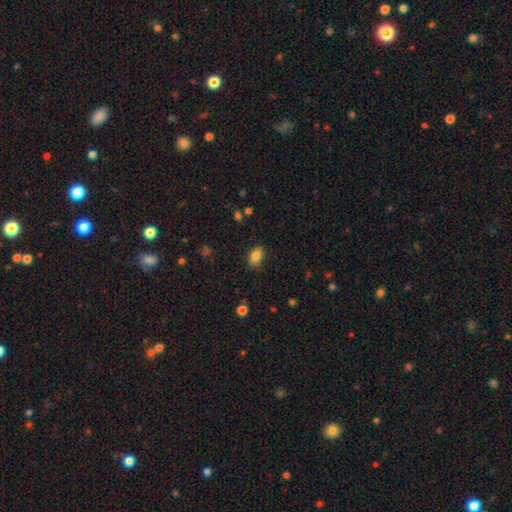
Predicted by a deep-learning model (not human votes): Q: Smooth or featured?
A: smooth (84%); runner-up: star or artifact (9%)
Q: How rounded?
A: in between (86%); runner-up: round (13%)
Q: Merging?
A: none (78%); runner-up: minor disturbance (17%)